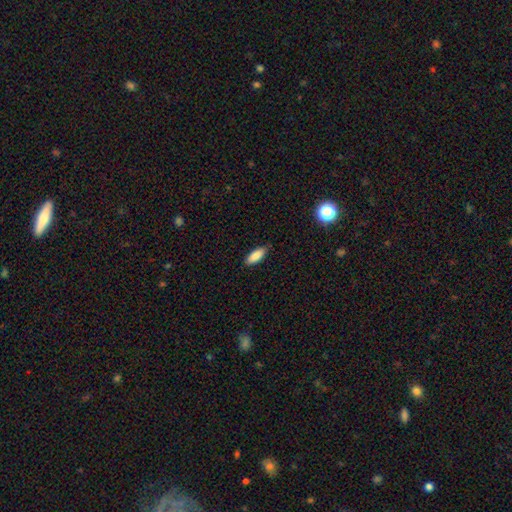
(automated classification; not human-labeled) Morphology: type=smooth (87%); roundness=in between (74%); merging=none (84%).